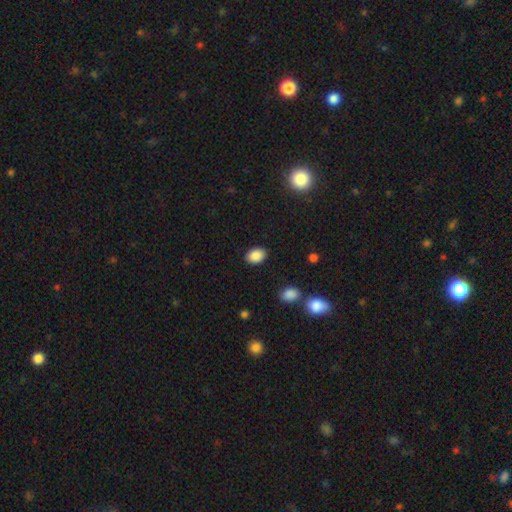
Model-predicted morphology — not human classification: type=smooth (88%); roundness=in between (77%); merging=none (88%).